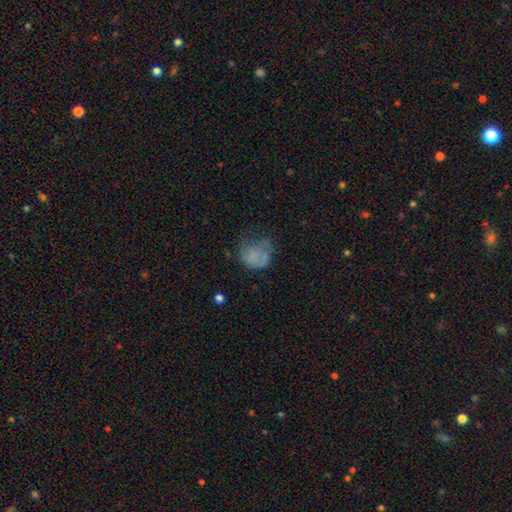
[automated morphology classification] smooth-or-featured: smooth: 63% | featured or disk: 25% | star or artifact: 13%
  how-rounded: round: 61% | in between: 38% | cigar-shaped: 1%
  merging: none: 37% | major disturbance: 30% | minor disturbance: 29% | merger: 4%